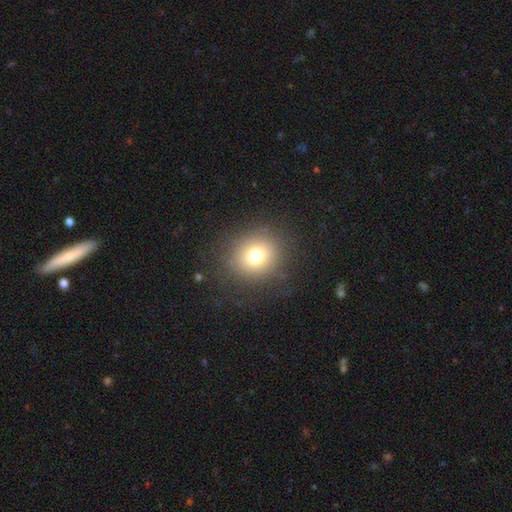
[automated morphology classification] Q: Smooth or featured?
A: smooth (73%); runner-up: star or artifact (16%)
Q: How rounded?
A: round (85%); runner-up: in between (14%)
Q: Merging?
A: none (84%); runner-up: minor disturbance (9%)